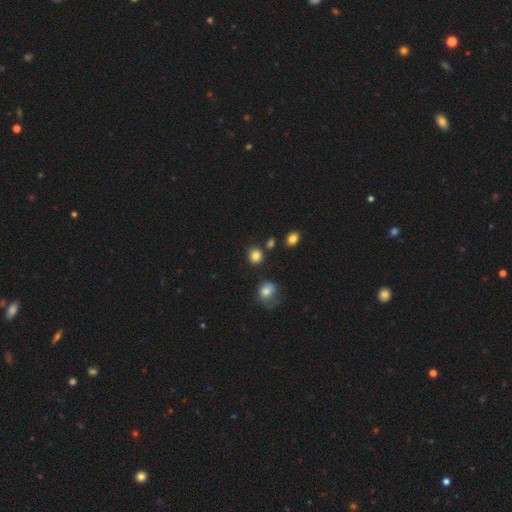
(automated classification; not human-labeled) This is clearly a smooth galaxy (84%). How rounded: clearly round (85%). Merging: clearly none (82%).